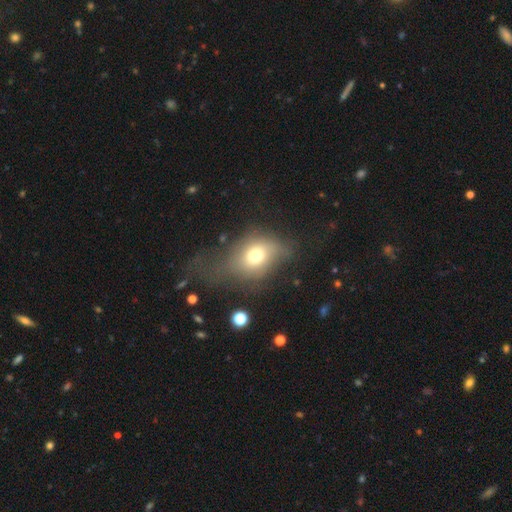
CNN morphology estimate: This appears to be a smooth galaxy with no disk features (68%) that is in between round and cigar-shaped (57%). Merging: major disturbance (38%).